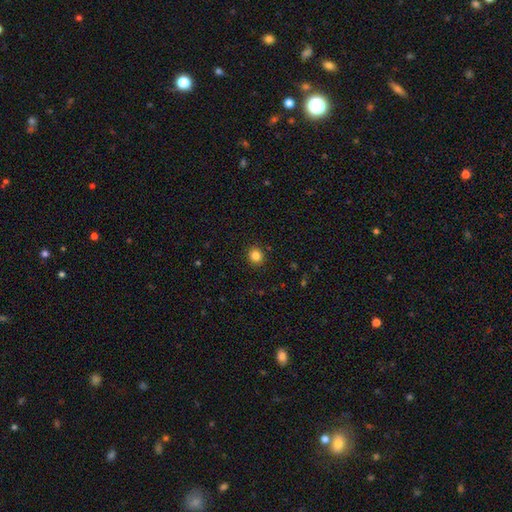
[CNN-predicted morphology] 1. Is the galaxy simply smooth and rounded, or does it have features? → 84% smooth, 12% star or artifact, 5% featured or disk.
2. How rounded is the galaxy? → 90% round, 9% in between, 1% cigar-shaped.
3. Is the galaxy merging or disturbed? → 92% none, 5% minor disturbance, 2% major disturbance, 1% merger.